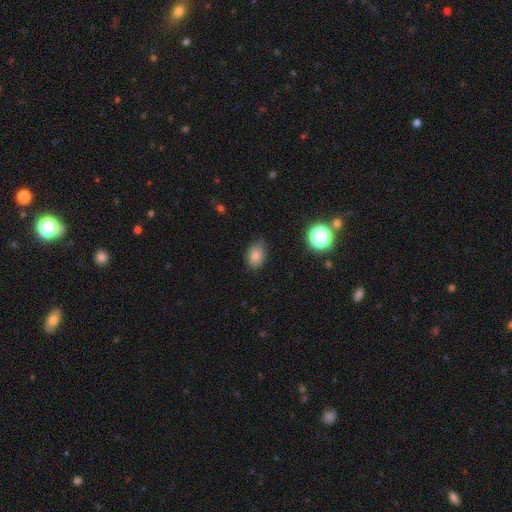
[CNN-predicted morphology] Q: Smooth or featured?
A: smooth (81%); runner-up: star or artifact (12%)
Q: How rounded?
A: in between (80%); runner-up: round (18%)
Q: Merging?
A: none (71%); runner-up: minor disturbance (23%)